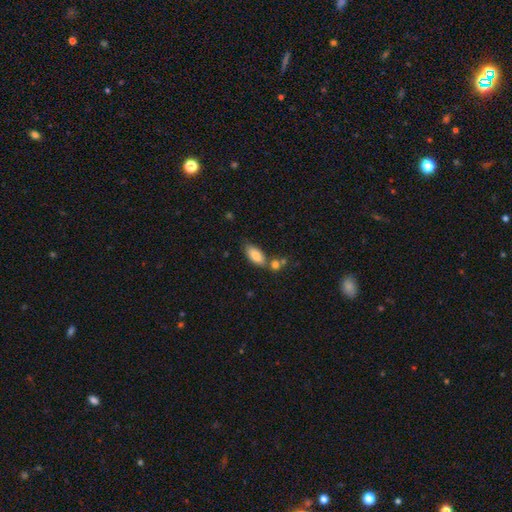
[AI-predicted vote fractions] Morphology: type=smooth (82%); roundness=in between (87%); merging=none (60%).